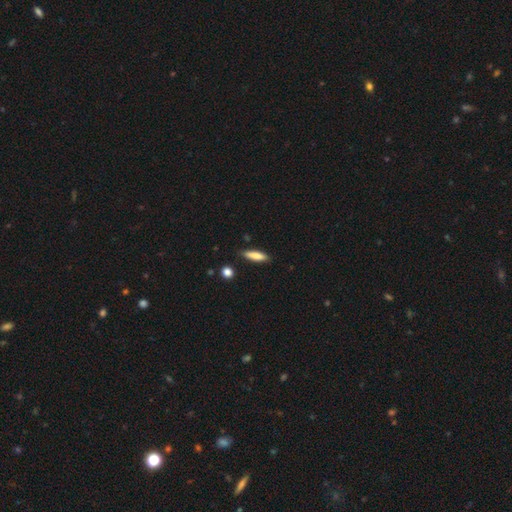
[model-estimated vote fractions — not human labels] A smooth galaxy with no disk features (79%) that is cigar-shaped (72%).

Vote fractions:
- Smooth or featured? smooth: 79% / featured or disk: 14% / star or artifact: 6%
- How rounded? cigar-shaped: 72% / in between: 26% / round: 2%
- Merging? none: 84% / minor disturbance: 12% / major disturbance: 2% / merger: 2%